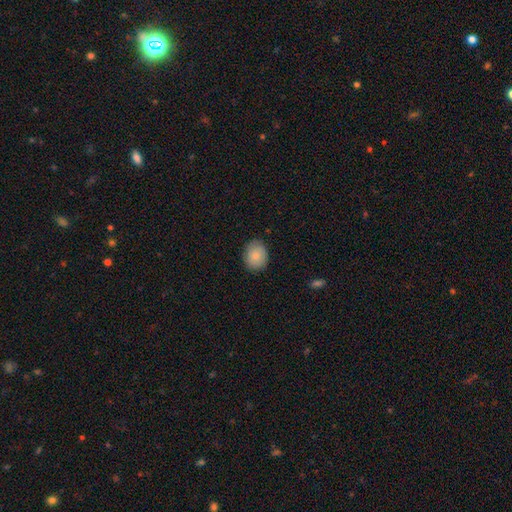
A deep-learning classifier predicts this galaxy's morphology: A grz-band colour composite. It shows a smooth galaxy with no disk features (83%) that is round (50%). Merging: none (82%).